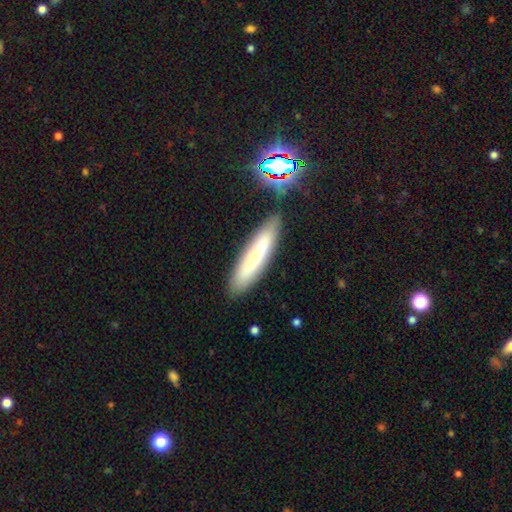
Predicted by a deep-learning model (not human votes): This appears to be a smooth galaxy with no disk features (60%) that is cigar-shaped (82%). Merging: none (85%).